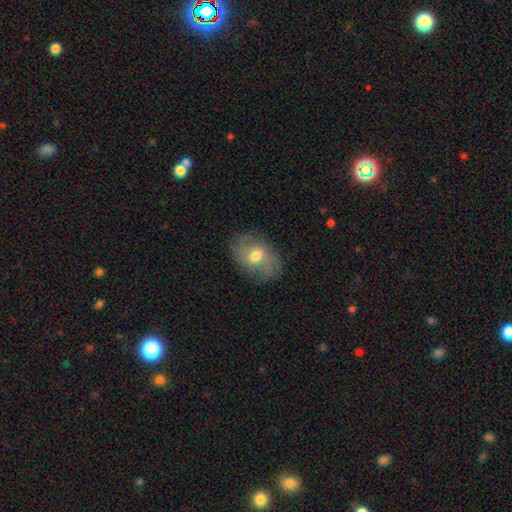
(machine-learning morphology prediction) smooth 53%, featured or disk 38%, star or artifact 9%. Down the decision tree: how rounded — in between (76%); merging — none (77%).